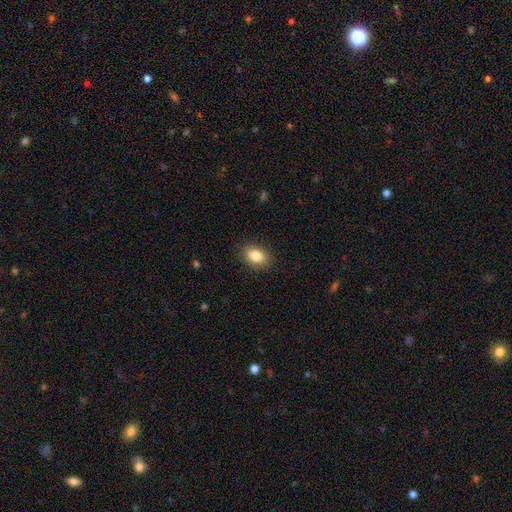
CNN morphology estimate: Overall: smooth (85%). How rounded: in between (81%). Merging: none (88%).